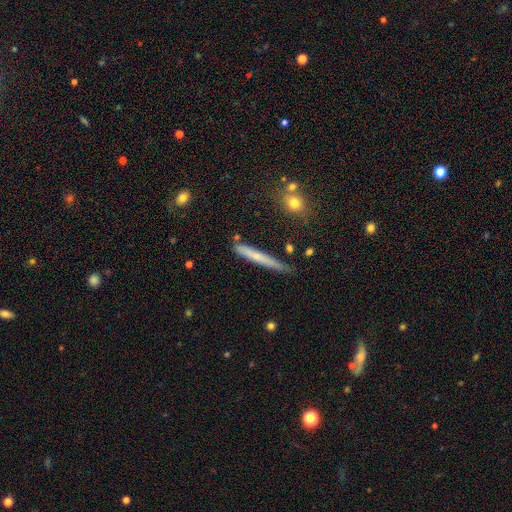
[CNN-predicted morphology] smooth_or_featured: smooth (p=0.52) [alt: featured or disk p=0.40]
how_rounded: cigar-shaped (p=0.95) [alt: in between p=0.03]
merging: none (p=0.76) [alt: minor disturbance p=0.18]